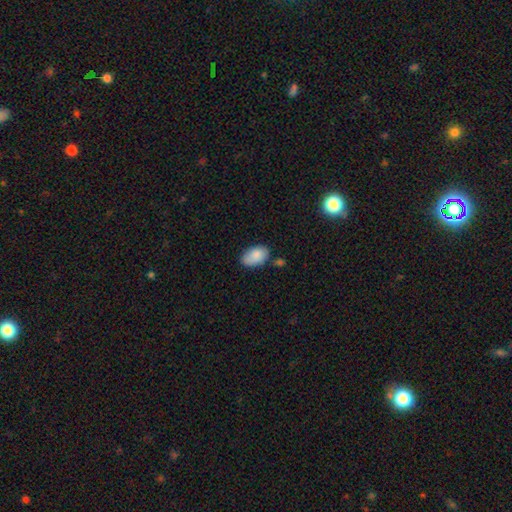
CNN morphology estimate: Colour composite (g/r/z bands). It shows a smooth galaxy with no disk features (85%) that is in between round and cigar-shaped (93%). Merging: none (63%).